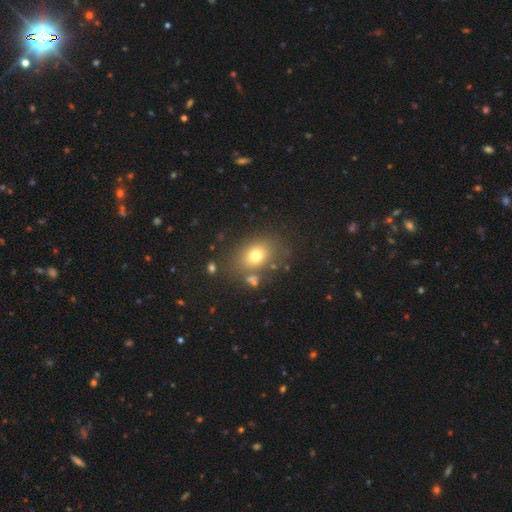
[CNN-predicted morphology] The model was most divided on "how rounded": in between: 60%, round: 39%, cigar-shaped: 1%. More confident: merging — none (75%); smooth or featured — smooth (74%).